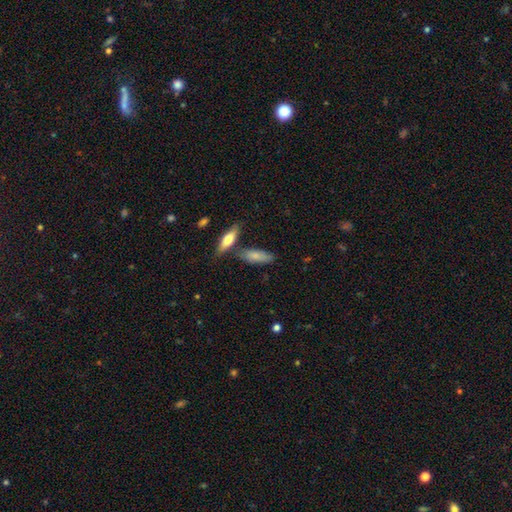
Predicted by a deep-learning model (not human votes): This appears to be a smooth galaxy with no disk features (77%) that is in between round and cigar-shaped (61%). Merging: none (68%).